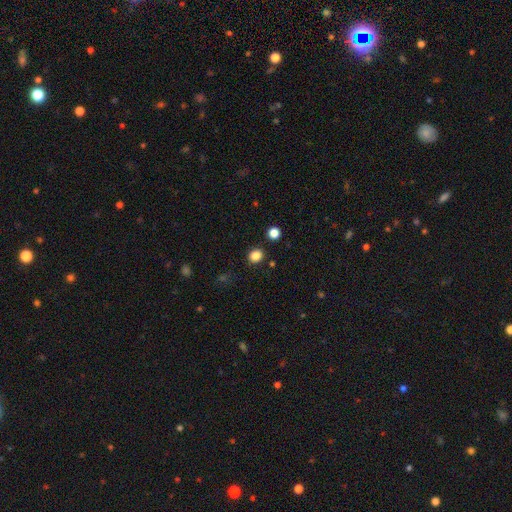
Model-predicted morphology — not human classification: A smooth galaxy with no disk features (85%) that is round (70%). Merging: none (87%).